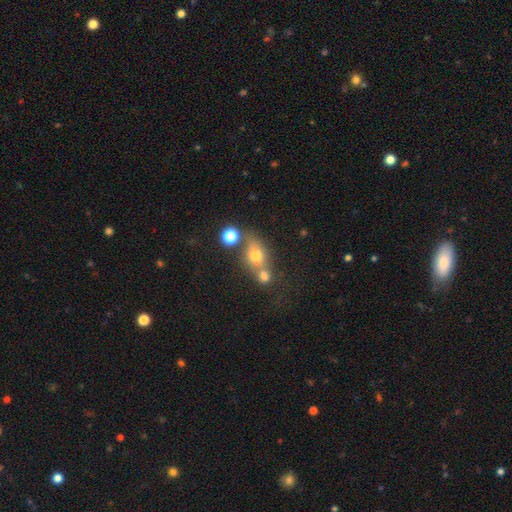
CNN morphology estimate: Smooth or featured? Predicted: smooth (p=0.64). How rounded? Predicted: round (p=0.49). Merging? Predicted: merger (p=0.41).